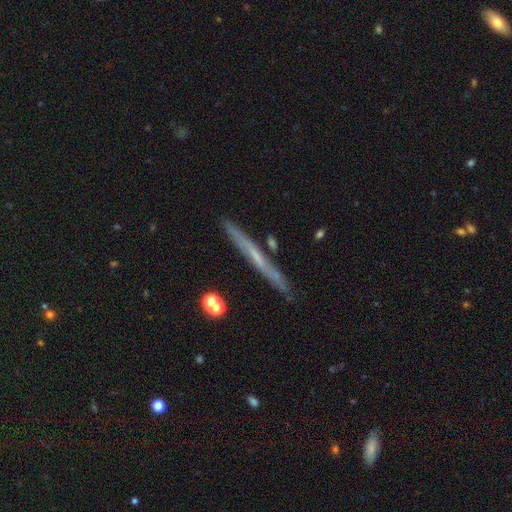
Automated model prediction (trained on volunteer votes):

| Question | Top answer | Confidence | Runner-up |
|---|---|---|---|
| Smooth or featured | featured or disk | 54% | smooth (38%) |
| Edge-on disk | yes | 95% | no (5%) |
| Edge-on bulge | none | 83% | rounded (14%) |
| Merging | none | 87% | minor disturbance (9%) |